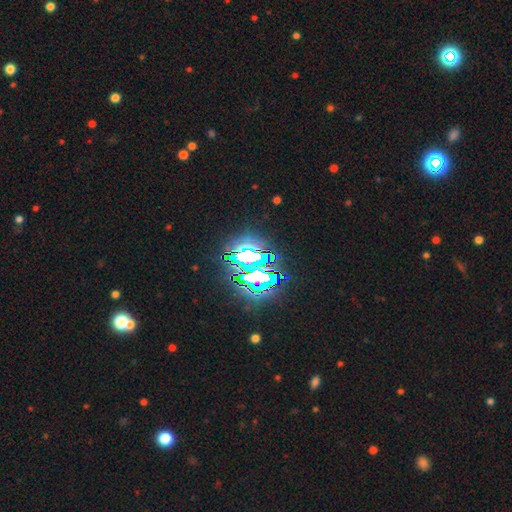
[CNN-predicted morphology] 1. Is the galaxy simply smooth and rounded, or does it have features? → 79% star or artifact, 11% featured or disk, 10% smooth.